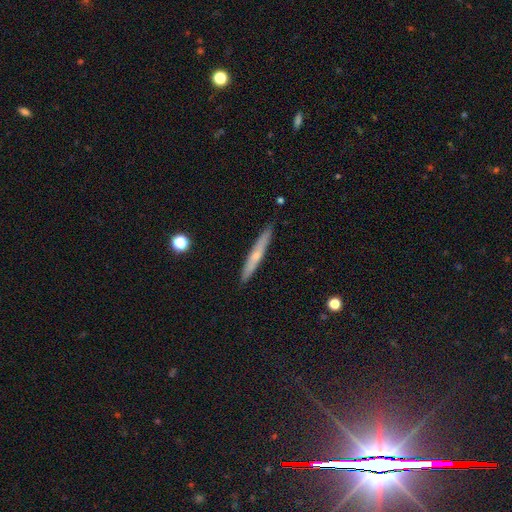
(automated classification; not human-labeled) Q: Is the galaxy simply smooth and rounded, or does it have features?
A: featured or disk — 47%, tied with smooth.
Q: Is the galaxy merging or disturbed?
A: none — 91%.